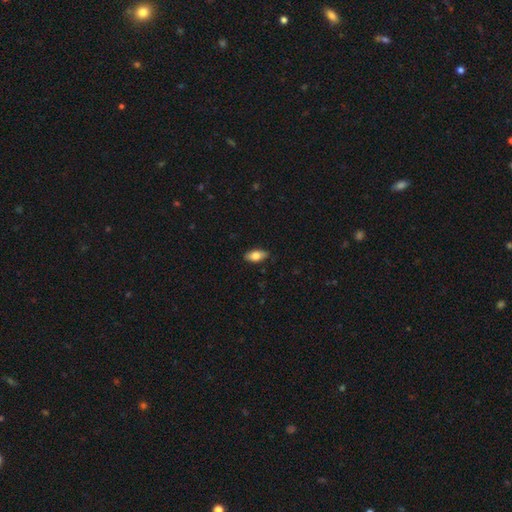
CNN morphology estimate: Overall: smooth (77%). How rounded: in between (88%). Merging: none (86%).